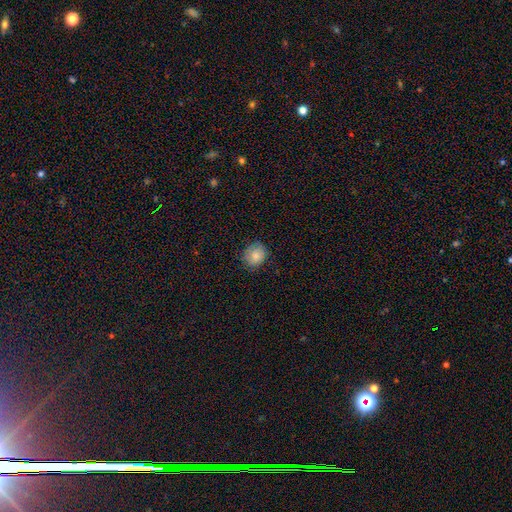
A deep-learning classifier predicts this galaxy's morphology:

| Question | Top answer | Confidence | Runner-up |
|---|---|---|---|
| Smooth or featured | smooth | 82% | featured or disk (10%) |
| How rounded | round | 71% | in between (28%) |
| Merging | none | 79% | minor disturbance (17%) |